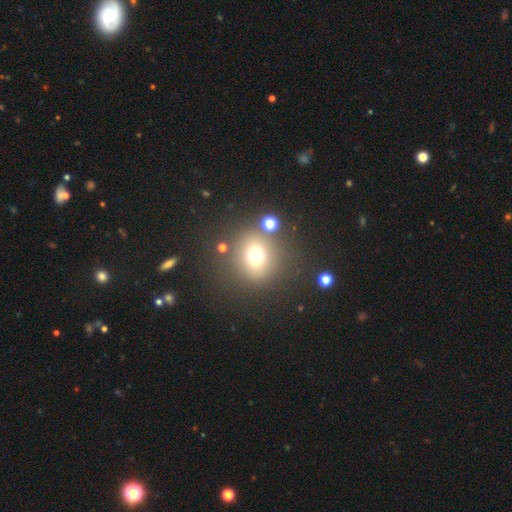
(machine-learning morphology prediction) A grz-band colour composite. It shows a smooth galaxy with no disk features (70%) that is round (81%). Merging: none (77%).